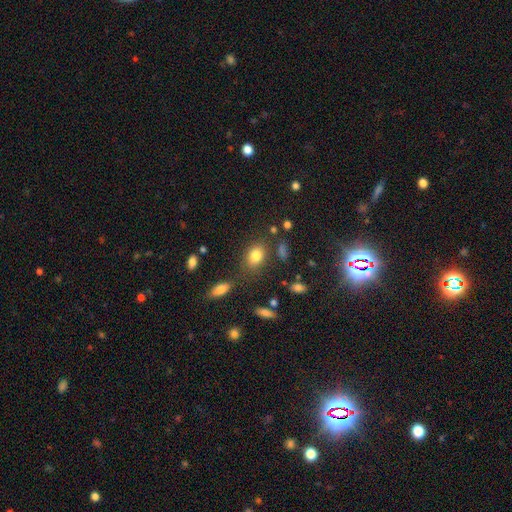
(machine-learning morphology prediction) A smooth galaxy with no disk features (79%) that is in between round and cigar-shaped (72%). Merging: none (75%).